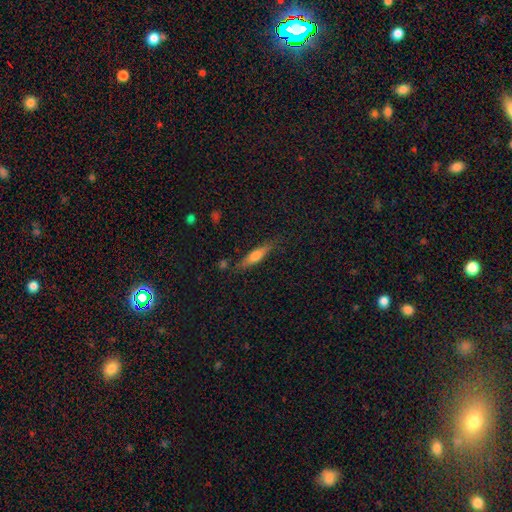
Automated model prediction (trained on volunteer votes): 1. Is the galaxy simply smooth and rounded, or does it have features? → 59% smooth, 34% featured or disk, 7% star or artifact.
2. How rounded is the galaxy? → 71% cigar-shaped, 26% in between, 2% round.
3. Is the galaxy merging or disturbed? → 76% none, 16% minor disturbance, 4% major disturbance, 4% merger.